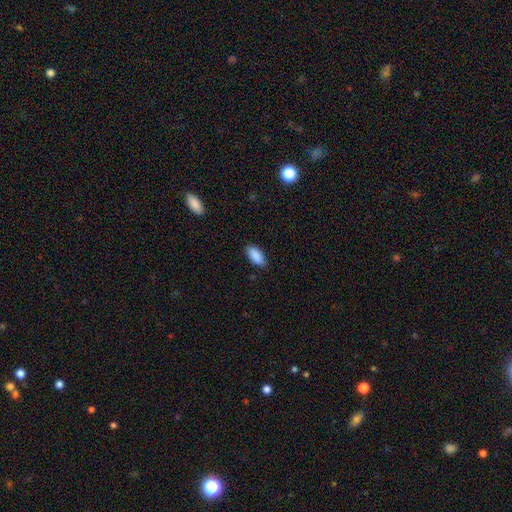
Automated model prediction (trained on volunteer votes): Smooth or featured?
  - smooth: 89% *
  - star or artifact: 6%
  - featured or disk: 4%
How rounded?
  - in between: 89% *
  - cigar-shaped: 9%
  - round: 2%
Merging?
  - none: 82% *
  - minor disturbance: 14%
  - major disturbance: 2%
  - merger: 1%